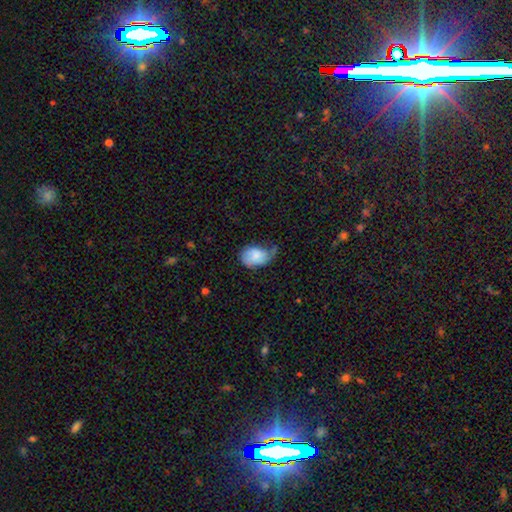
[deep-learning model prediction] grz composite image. It shows a smooth galaxy with no disk features (70%) that is in between round and cigar-shaped (82%). Merging: minor disturbance (43%).